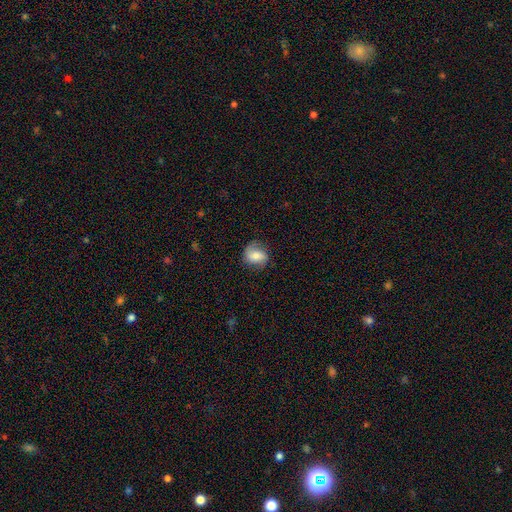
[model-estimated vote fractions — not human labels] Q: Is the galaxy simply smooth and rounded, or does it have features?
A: smooth — 50%.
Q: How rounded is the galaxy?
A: round — 54%.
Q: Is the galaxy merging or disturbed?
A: none — 67%.